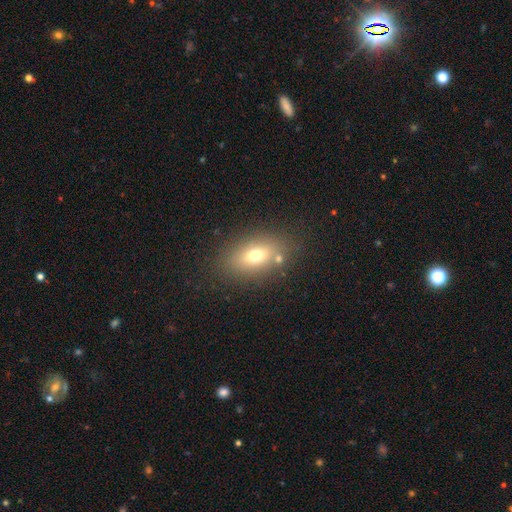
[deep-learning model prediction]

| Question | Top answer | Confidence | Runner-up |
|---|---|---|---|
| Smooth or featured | smooth | 70% | featured or disk (17%) |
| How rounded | in between | 80% | round (16%) |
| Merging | none | 78% | minor disturbance (11%) |